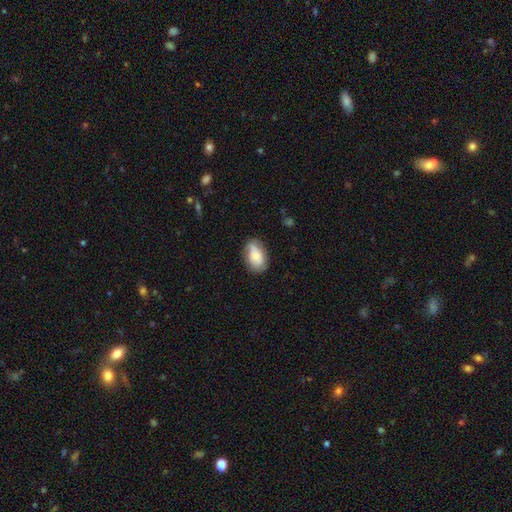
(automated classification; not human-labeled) Smooth or featured? smooth (62%)
How rounded? in between (88%)
Merging? none (68%)